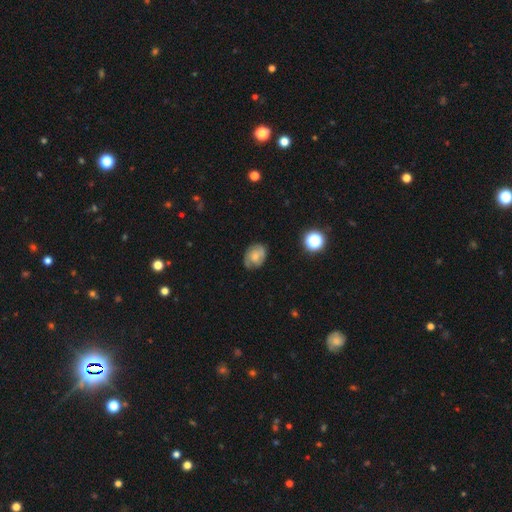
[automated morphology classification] This is possibly a smooth galaxy (47%). Merging: likely none (68%).